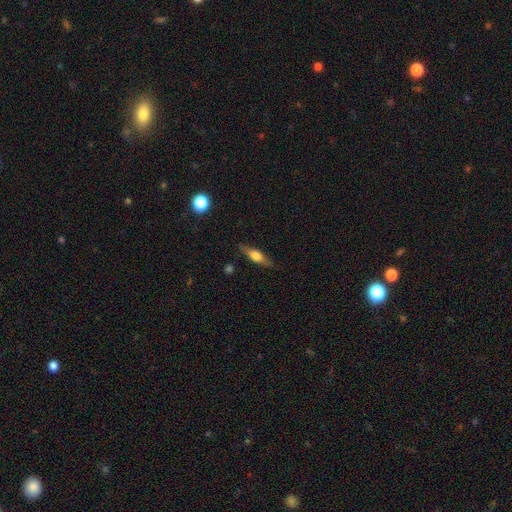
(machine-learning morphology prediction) Smooth or featured? featured or disk (47%)
Merging? none (83%)